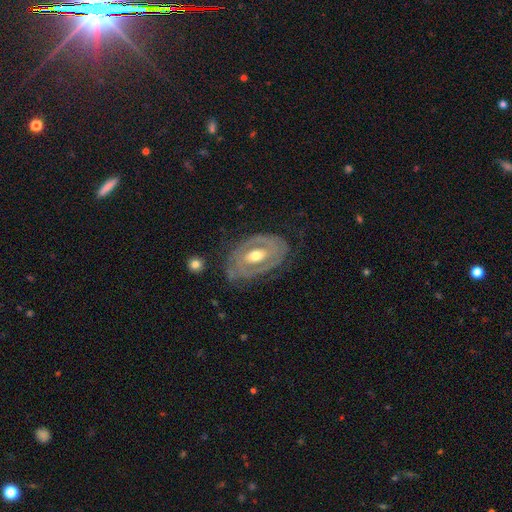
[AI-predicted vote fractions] Q: Smooth or featured?
A: featured or disk (78%); runner-up: smooth (17%)
Q: Edge-on disk?
A: no (94%); runner-up: yes (6%)
Q: Bar?
A: no (49%); runner-up: weak (33%)
Q: Spiral arms?
A: yes (61%); runner-up: no (39%)
Q: Bulge size?
A: moderate (73%); runner-up: small (16%)
Q: Merging?
A: none (70%); runner-up: minor disturbance (19%)